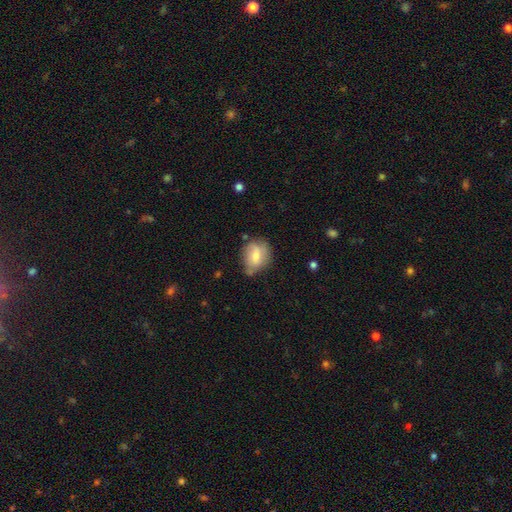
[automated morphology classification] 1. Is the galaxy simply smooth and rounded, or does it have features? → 65% smooth, 27% featured or disk, 8% star or artifact.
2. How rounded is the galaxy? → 50% in between, 48% round, 2% cigar-shaped.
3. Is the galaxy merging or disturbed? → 58% none, 29% minor disturbance, 7% major disturbance, 6% merger.